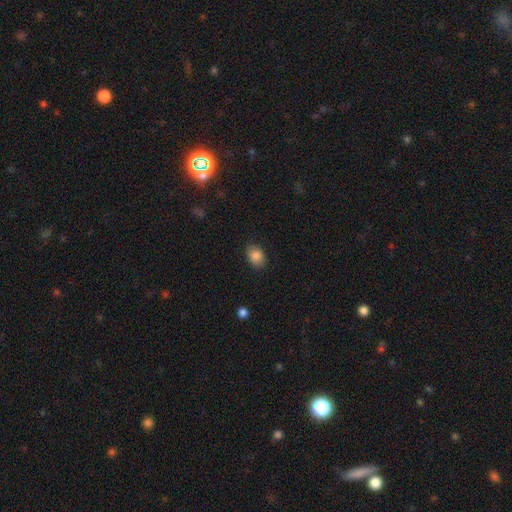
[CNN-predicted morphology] Smooth or featured? Predicted: smooth (p=0.87). How rounded? Predicted: in between (p=0.70). Merging? Predicted: none (p=0.85).